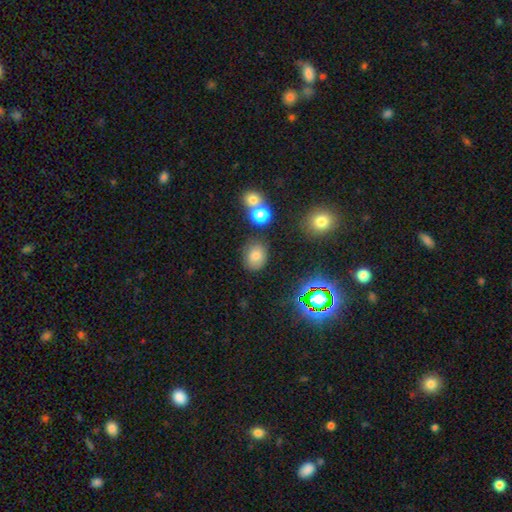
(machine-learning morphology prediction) smooth-or-featured: smooth: 72% | star or artifact: 18% | featured or disk: 10%
  how-rounded: round: 55% | in between: 44% | cigar-shaped: 1%
  merging: none: 80% | minor disturbance: 11% | merger: 5% | major disturbance: 3%